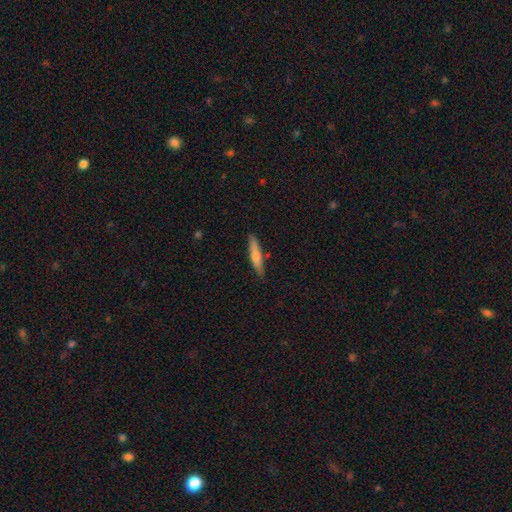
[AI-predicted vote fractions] smooth 67%, featured or disk 27%, star or artifact 6%. Down the decision tree: how rounded — cigar-shaped (87%); merging — none (82%).